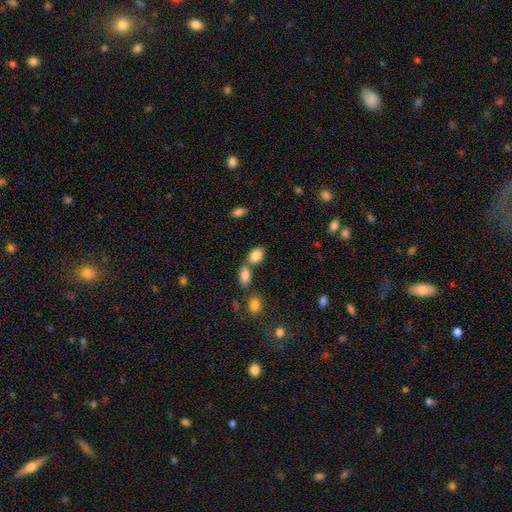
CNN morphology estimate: This is clearly a smooth galaxy (84%). How rounded: clearly in between (80%). Merging: possibly none (53%).